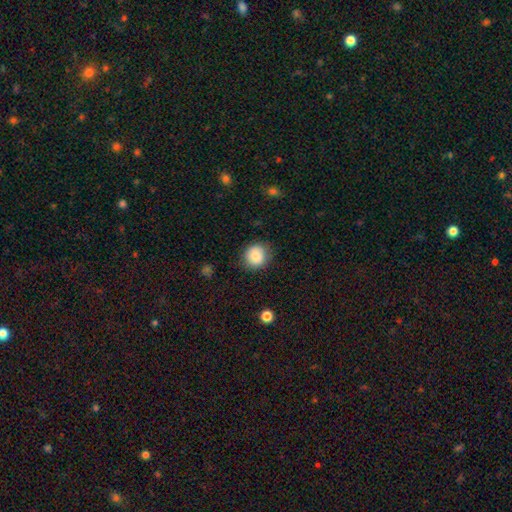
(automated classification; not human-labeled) Overall: smooth (83%). How rounded: round (86%). Merging: none (83%).